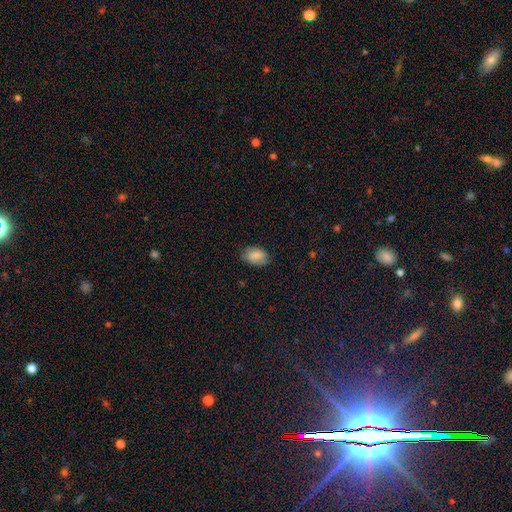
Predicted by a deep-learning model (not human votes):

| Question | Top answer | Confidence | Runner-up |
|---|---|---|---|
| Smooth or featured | smooth | 84% | featured or disk (9%) |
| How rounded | in between | 88% | round (11%) |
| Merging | none | 76% | minor disturbance (19%) |